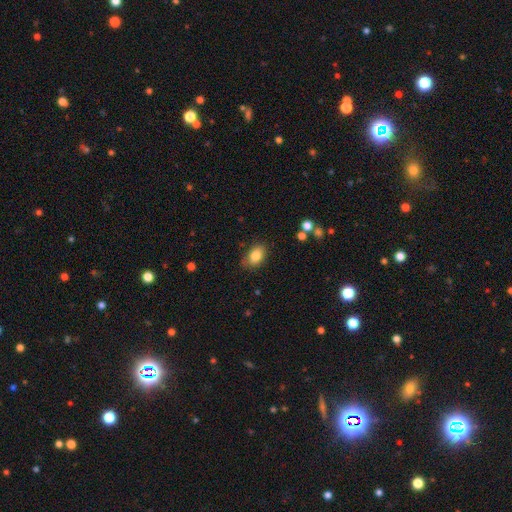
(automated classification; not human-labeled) A smooth galaxy with no disk features (84%) that is in between round and cigar-shaped (86%).

Vote fractions:
- Smooth or featured? smooth: 84% / star or artifact: 8% / featured or disk: 8%
- How rounded? in between: 86% / round: 13% / cigar-shaped: 2%
- Merging? none: 78% / minor disturbance: 16% / major disturbance: 4% / merger: 2%